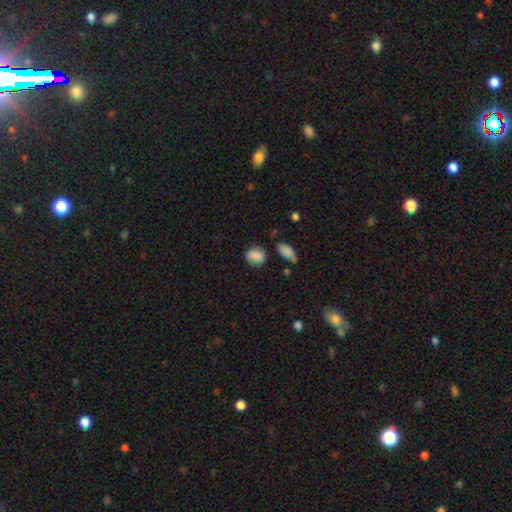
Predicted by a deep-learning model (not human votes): Overall: smooth (84%). How rounded: in between (51%; round 47%). Merging: none (70%).